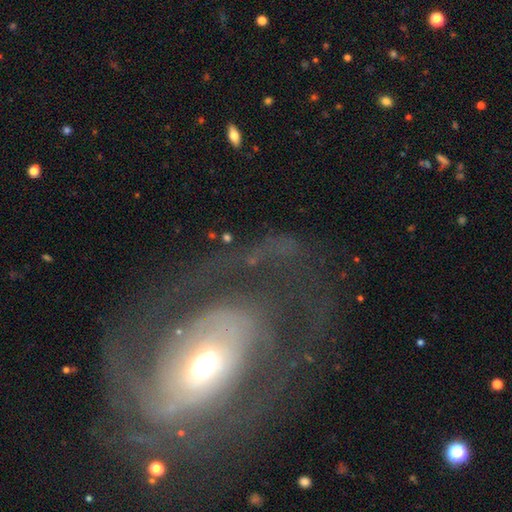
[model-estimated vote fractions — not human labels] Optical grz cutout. It shows a featured or disk galaxy (77%) with no bar (59%), 2 (37%) tight (47%) spiral arms (78%) and a moderate central bulge (58%). Merging: none (53%).